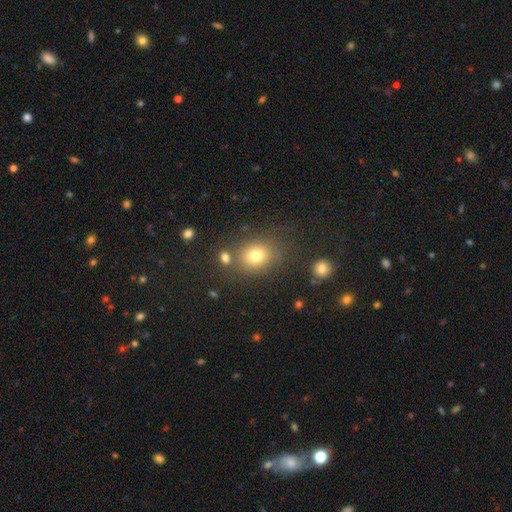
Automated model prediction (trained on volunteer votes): A smooth galaxy with no disk features (77%) that is round (58%). Merging: none (72%).